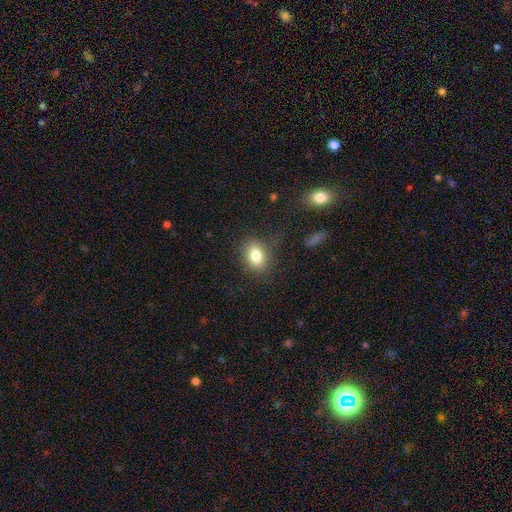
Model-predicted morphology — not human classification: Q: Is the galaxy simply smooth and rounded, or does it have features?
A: smooth — 80%.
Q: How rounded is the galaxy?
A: in between — 65%.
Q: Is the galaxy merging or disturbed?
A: none — 77%.